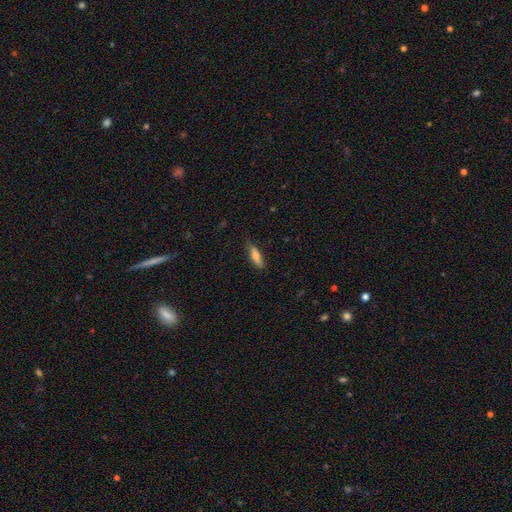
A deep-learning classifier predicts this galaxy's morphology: smooth_or_featured: smooth (p=0.73) [alt: featured or disk p=0.21]
how_rounded: cigar-shaped (p=0.56) [alt: in between p=0.42]
merging: none (p=0.80) [alt: minor disturbance p=0.16]